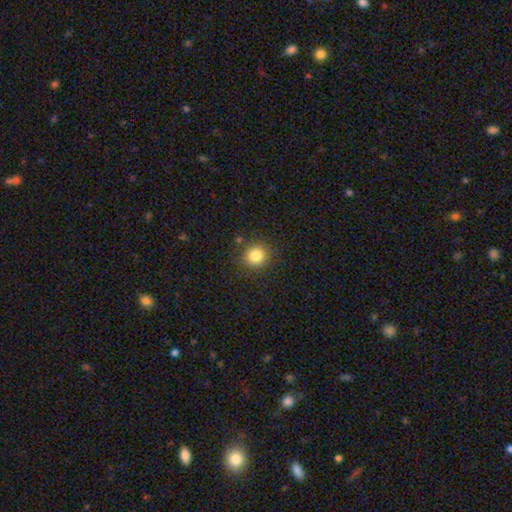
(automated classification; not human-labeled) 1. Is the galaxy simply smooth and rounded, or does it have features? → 83% smooth, 12% star or artifact, 6% featured or disk.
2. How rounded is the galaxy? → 90% round, 9% in between, 1% cigar-shaped.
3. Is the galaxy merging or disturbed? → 87% none, 8% minor disturbance, 3% major disturbance, 2% merger.